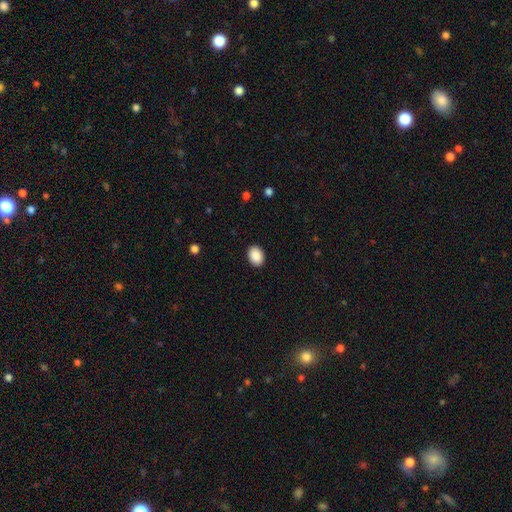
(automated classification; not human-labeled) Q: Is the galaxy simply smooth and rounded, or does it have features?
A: smooth — 90%.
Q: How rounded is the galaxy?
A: in between — 74%.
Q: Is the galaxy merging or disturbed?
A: none — 91%.